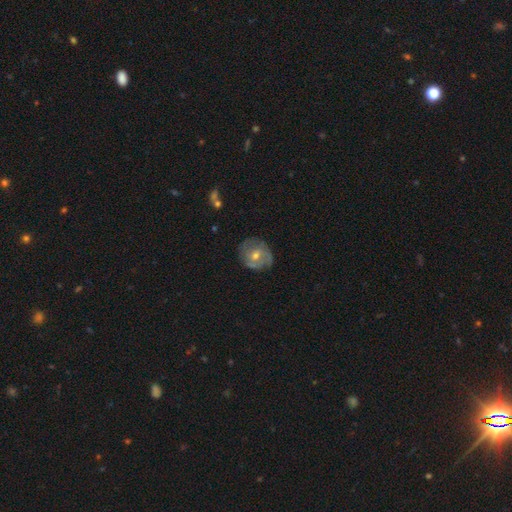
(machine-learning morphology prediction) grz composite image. It shows a featured or disk galaxy (64%) with no bar (63%), spiral arms (74%) and a moderate central bulge (64%). Merging: none (75%).